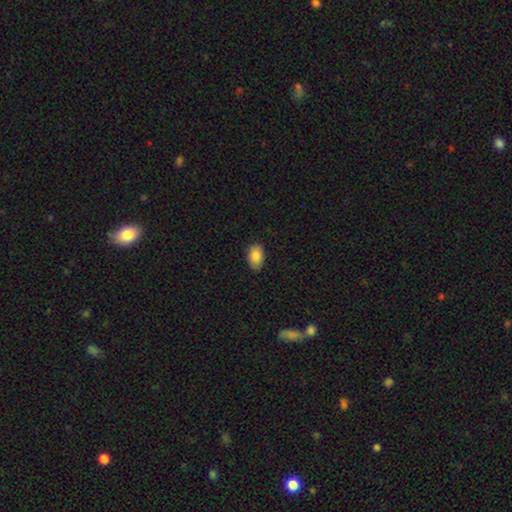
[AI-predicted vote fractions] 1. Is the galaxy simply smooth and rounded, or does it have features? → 87% smooth, 7% star or artifact, 6% featured or disk.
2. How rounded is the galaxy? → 89% in between, 10% round, 1% cigar-shaped.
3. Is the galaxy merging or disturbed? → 84% none, 13% minor disturbance, 2% major disturbance, 1% merger.